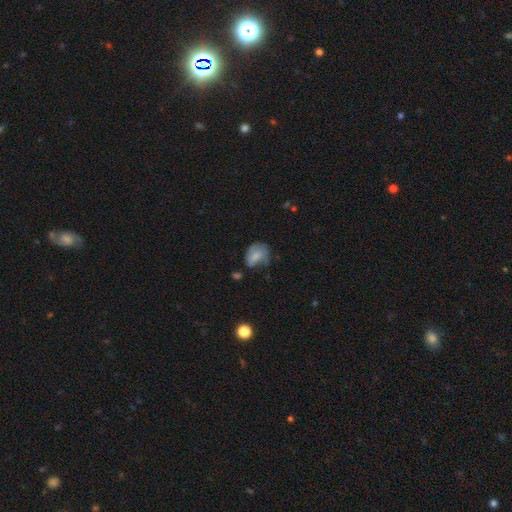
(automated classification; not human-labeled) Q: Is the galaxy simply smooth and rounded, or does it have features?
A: smooth — 68%.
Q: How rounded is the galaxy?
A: in between — 58%.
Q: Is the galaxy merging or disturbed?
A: none — 37%.